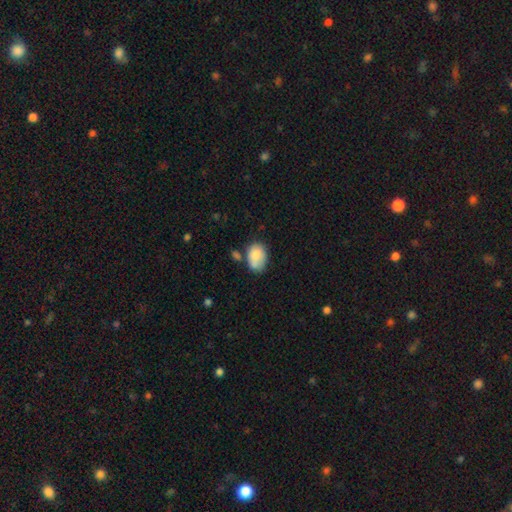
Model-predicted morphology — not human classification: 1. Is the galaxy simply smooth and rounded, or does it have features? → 78% smooth, 15% featured or disk, 8% star or artifact.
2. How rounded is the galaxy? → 79% in between, 20% round, 1% cigar-shaped.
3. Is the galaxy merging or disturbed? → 43% none, 27% minor disturbance, 21% merger, 9% major disturbance.